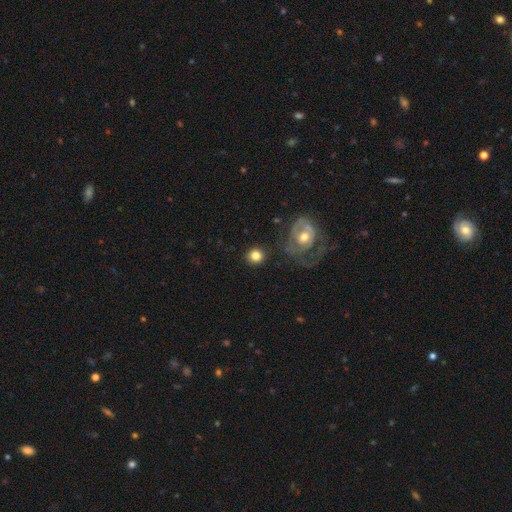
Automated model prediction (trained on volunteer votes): Q: Smooth or featured?
A: smooth (80%); runner-up: featured or disk (12%)
Q: How rounded?
A: round (90%); runner-up: in between (9%)
Q: Merging?
A: none (84%); runner-up: minor disturbance (8%)